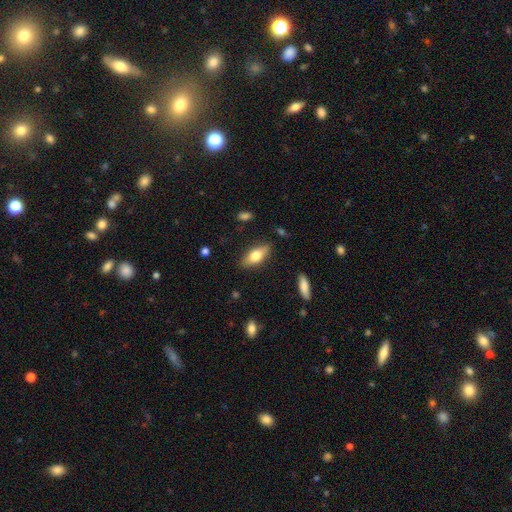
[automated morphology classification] Smooth or featured? Predicted: smooth (p=0.68). How rounded? Predicted: in between (p=0.76). Merging? Predicted: none (p=0.85).